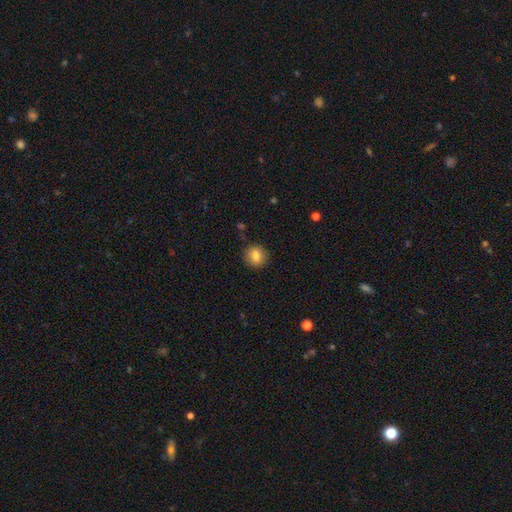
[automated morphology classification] smooth-or-featured: smooth: 82% | star or artifact: 9% | featured or disk: 9%
  how-rounded: round: 85% | in between: 14% | cigar-shaped: 1%
  merging: none: 88% | minor disturbance: 8% | major disturbance: 2% | merger: 1%